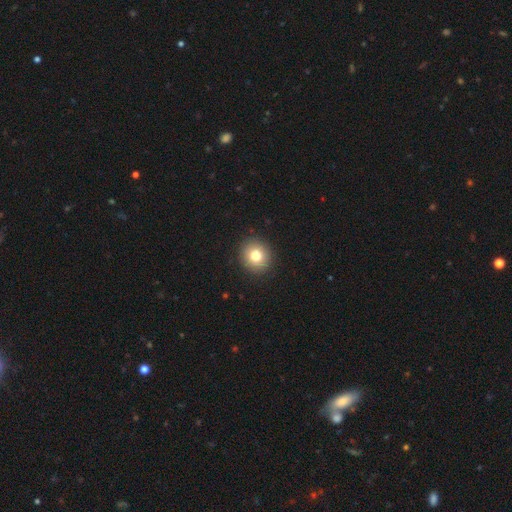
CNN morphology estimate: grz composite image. It shows a smooth galaxy with no disk features (80%) that is round (85%). Merging: none (91%).